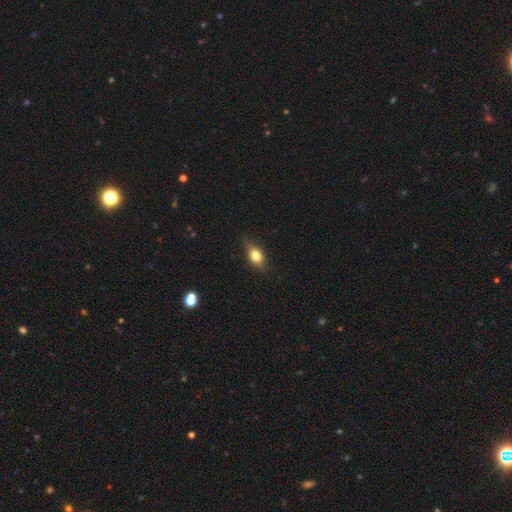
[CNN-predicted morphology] Q: Smooth or featured?
A: smooth (75%); runner-up: featured or disk (16%)
Q: How rounded?
A: in between (75%); runner-up: round (17%)
Q: Merging?
A: none (78%); runner-up: minor disturbance (17%)